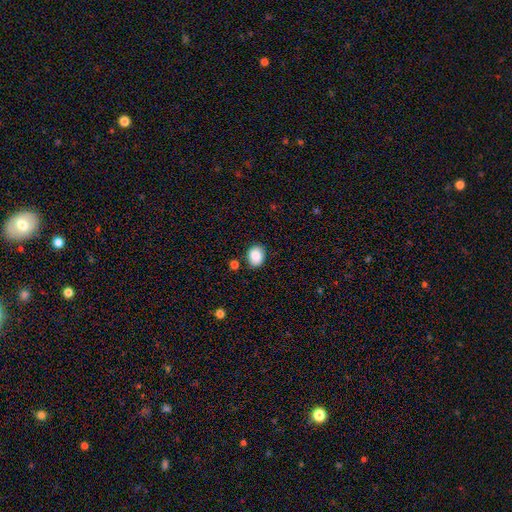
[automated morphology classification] A smooth galaxy with no disk features (84%) that is in between round and cigar-shaped (50%). Merging: none (77%).